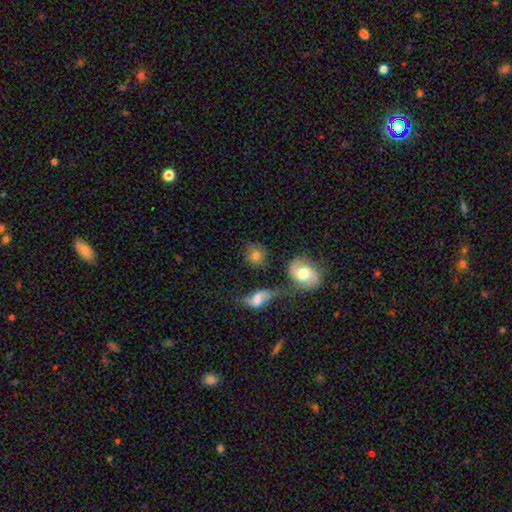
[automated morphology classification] smooth_or_featured: smooth (p=0.70) [alt: featured or disk p=0.21]
how_rounded: round (p=0.76) [alt: in between p=0.22]
merging: none (p=0.58) [alt: merger p=0.20]